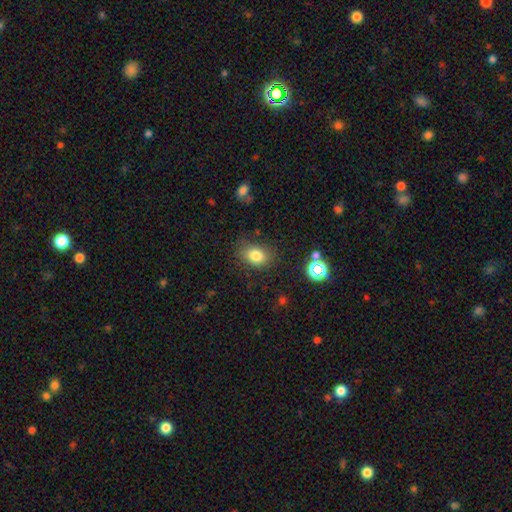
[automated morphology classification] Overall: smooth (80%). How rounded: in between (65%; round 34%). Merging: none (78%).